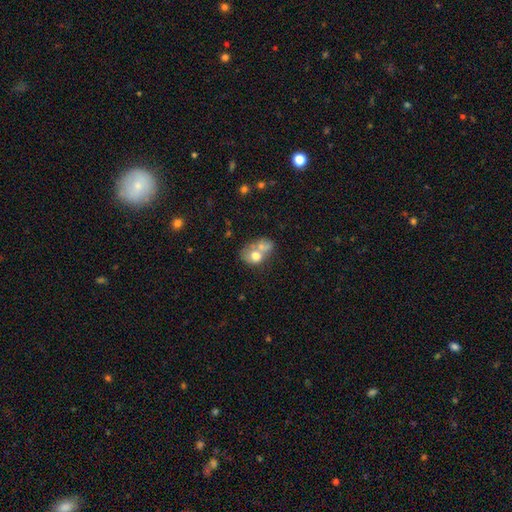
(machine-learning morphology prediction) smooth-or-featured: smooth: 65% | featured or disk: 25% | star or artifact: 10%
  how-rounded: in between: 55% | round: 44% | cigar-shaped: 1%
  merging: merger: 63% | none: 19% | minor disturbance: 10% | major disturbance: 8%